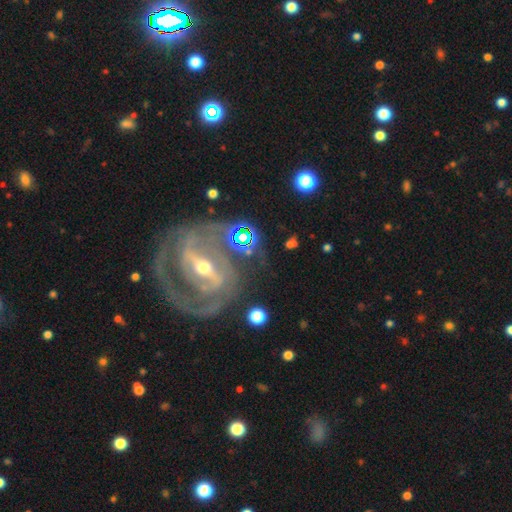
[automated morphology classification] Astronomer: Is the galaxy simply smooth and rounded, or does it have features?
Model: featured or disk — 89%.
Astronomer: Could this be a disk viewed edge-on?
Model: no — 95%.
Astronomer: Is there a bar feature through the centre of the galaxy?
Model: strong — 70%.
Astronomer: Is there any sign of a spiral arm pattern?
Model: yes — 94%.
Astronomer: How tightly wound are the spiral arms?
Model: tight — 56% (runner-up: medium, 36%).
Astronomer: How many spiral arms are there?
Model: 2 — 62%.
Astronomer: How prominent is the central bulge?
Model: small — 52% (runner-up: moderate, 44%).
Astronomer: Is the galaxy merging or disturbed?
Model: none — 68%.